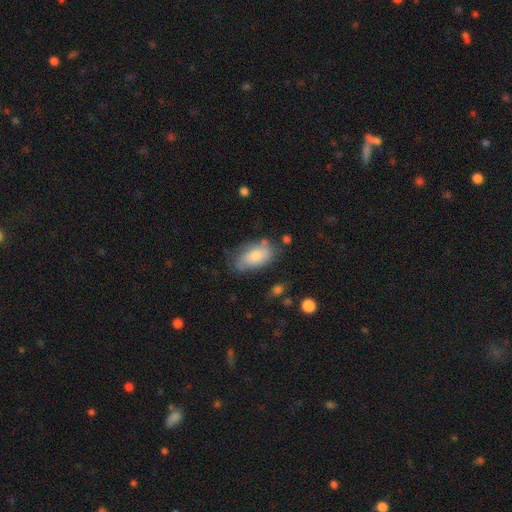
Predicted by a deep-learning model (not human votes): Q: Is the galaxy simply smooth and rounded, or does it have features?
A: smooth — 67%.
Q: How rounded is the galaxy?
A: in between — 92%.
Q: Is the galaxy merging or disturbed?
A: none — 59%.